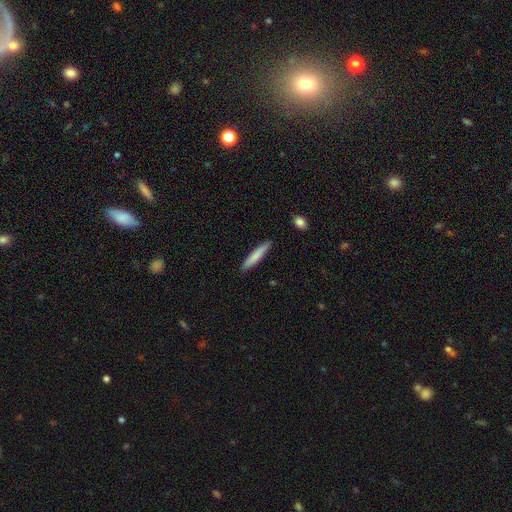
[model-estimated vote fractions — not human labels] Q: Smooth or featured?
A: smooth (78%); runner-up: featured or disk (16%)
Q: How rounded?
A: cigar-shaped (93%); runner-up: in between (6%)
Q: Merging?
A: none (89%); runner-up: minor disturbance (8%)